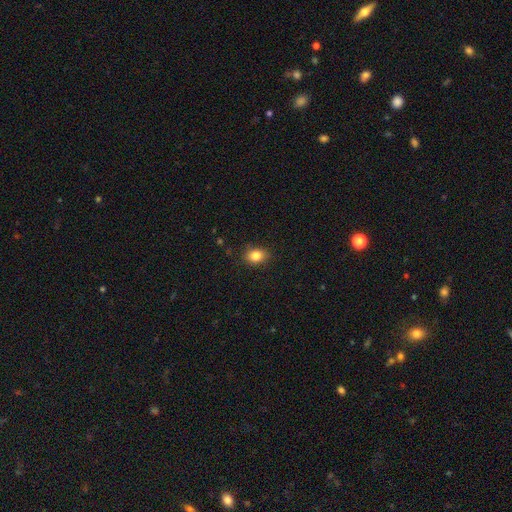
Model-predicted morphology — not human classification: The model was most divided on "how rounded": in between: 62%, round: 37%, cigar-shaped: 1%. More confident: merging — none (85%); smooth or featured — smooth (84%).